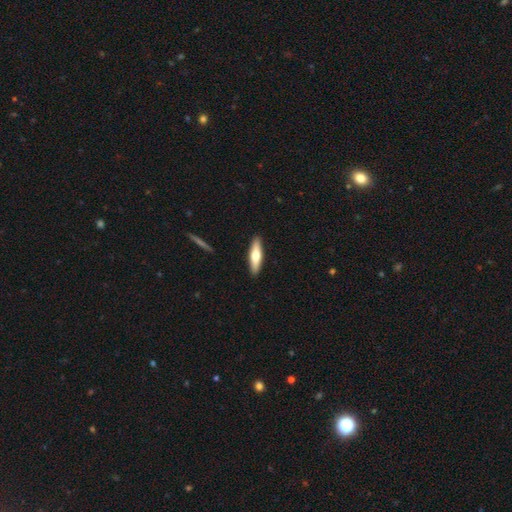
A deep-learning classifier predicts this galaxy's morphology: smooth 58%, featured or disk 37%, star or artifact 5%. Down the decision tree: how rounded — cigar-shaped (71%); merging — none (91%).